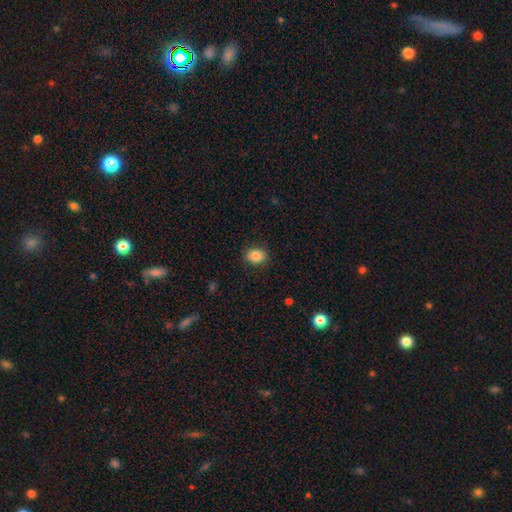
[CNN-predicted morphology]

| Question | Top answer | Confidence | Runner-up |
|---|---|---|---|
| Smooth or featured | smooth | 84% | star or artifact (9%) |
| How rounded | in between | 58% | round (41%) |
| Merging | none | 87% | minor disturbance (10%) |